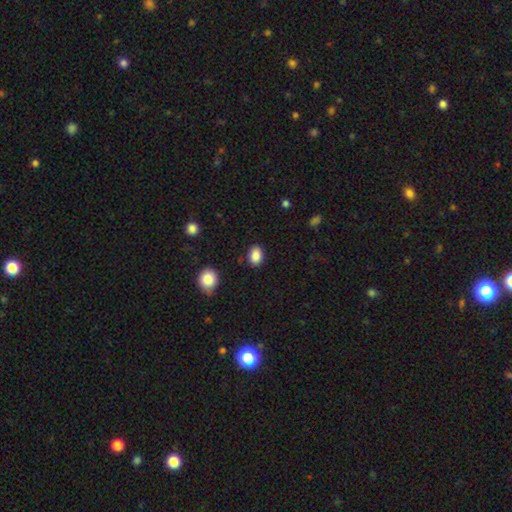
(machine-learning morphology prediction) This is clearly a smooth galaxy (88%). How rounded: likely in between (75%). Merging: clearly none (85%).